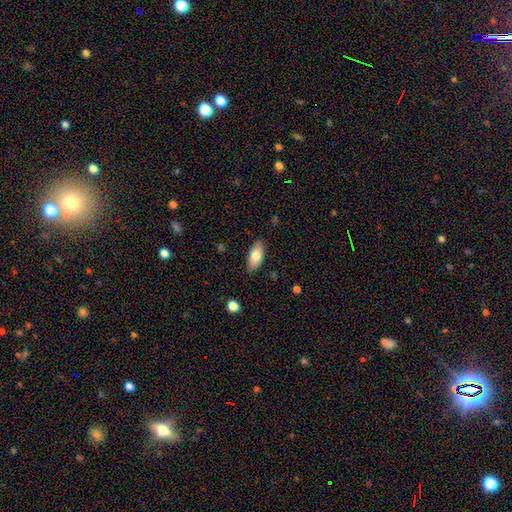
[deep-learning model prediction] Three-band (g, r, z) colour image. It shows a smooth galaxy with no disk features (80%) that is in between round and cigar-shaped (86%). Merging: none (86%).